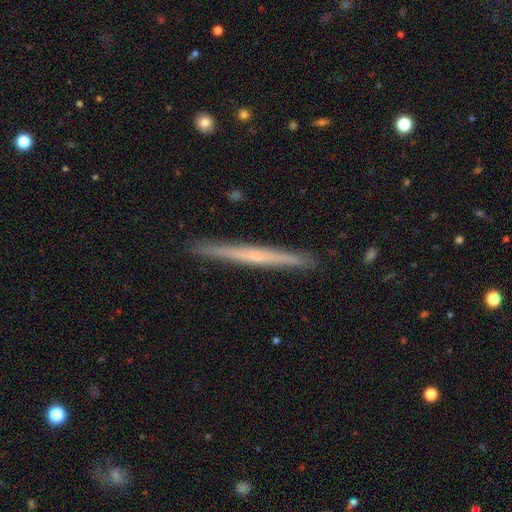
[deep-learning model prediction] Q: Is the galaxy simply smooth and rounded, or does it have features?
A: featured or disk — 59%.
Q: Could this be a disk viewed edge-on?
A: yes — 98%.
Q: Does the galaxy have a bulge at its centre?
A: none — 71%.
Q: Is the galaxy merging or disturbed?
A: none — 92%.